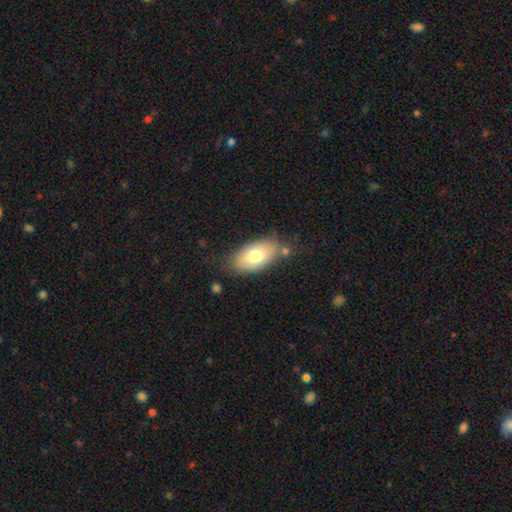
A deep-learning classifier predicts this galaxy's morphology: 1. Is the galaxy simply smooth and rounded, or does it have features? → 74% smooth, 19% featured or disk, 7% star or artifact.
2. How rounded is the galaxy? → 93% in between, 5% round, 3% cigar-shaped.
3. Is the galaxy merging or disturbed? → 73% none, 16% minor disturbance, 6% merger, 5% major disturbance.